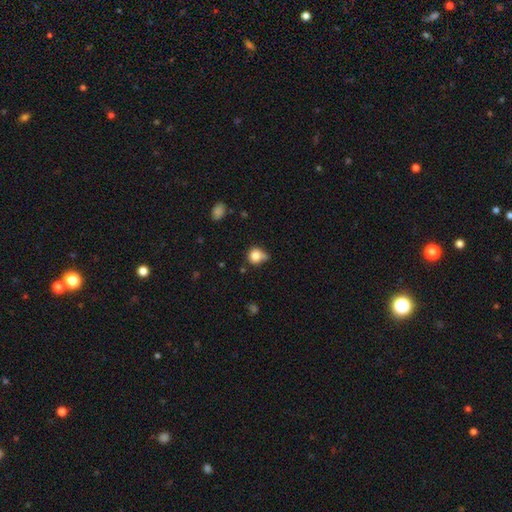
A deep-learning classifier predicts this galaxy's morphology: smooth-or-featured: smooth: 81% | star or artifact: 10% | featured or disk: 8%
  how-rounded: round: 81% | in between: 18% | cigar-shaped: 1%
  merging: none: 48% | minor disturbance: 30% | merger: 12% | major disturbance: 10%